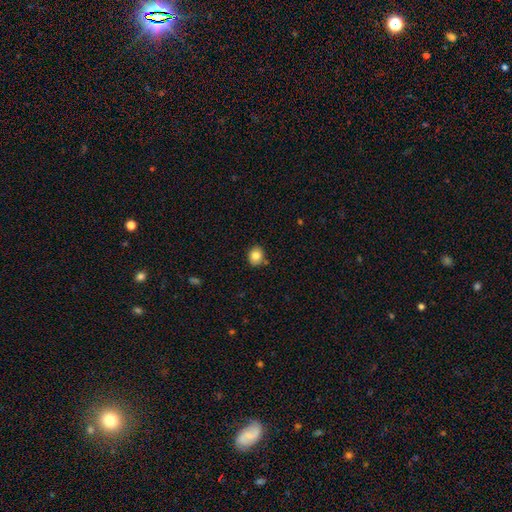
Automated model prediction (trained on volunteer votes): Morphology: type=smooth (83%); roundness=round (66%); merging=none (84%).